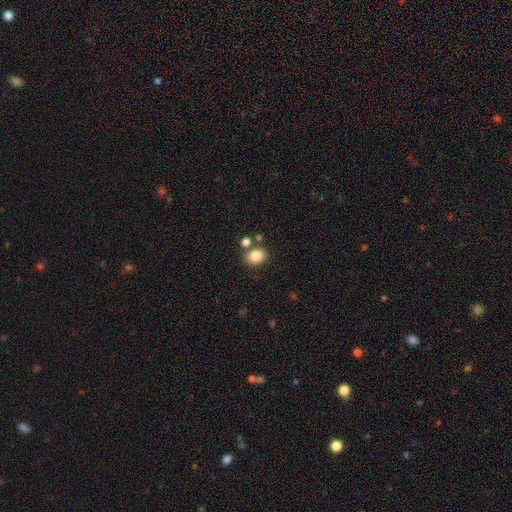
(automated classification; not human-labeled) smooth_or_featured: smooth (p=0.85) [alt: star or artifact p=0.10]
how_rounded: in between (p=0.55) [alt: round p=0.44]
merging: none (p=0.71) [alt: merger p=0.14]